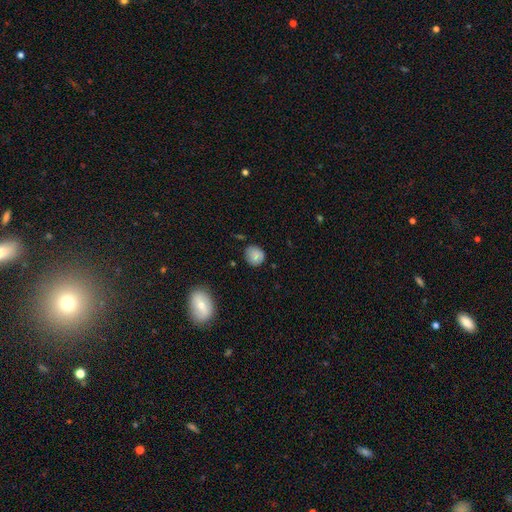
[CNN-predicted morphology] Smooth or featured?
  - smooth: 77% *
  - featured or disk: 13%
  - star or artifact: 10%
How rounded?
  - round: 79% *
  - in between: 20%
  - cigar-shaped: 1%
Merging?
  - none: 73% *
  - minor disturbance: 21%
  - major disturbance: 4%
  - merger: 2%